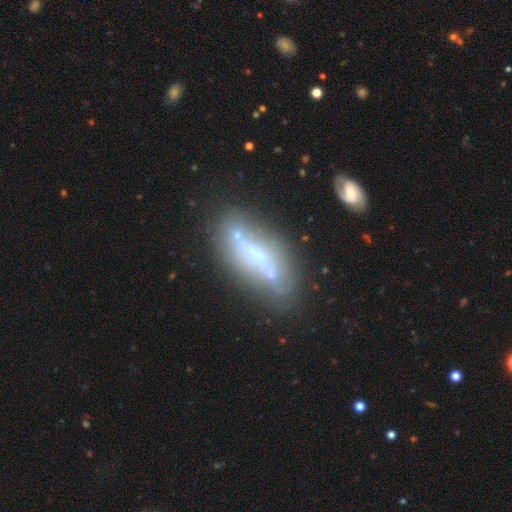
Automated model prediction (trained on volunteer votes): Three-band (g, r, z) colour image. It shows a featured or disk galaxy (56%). Merging: none (51%).